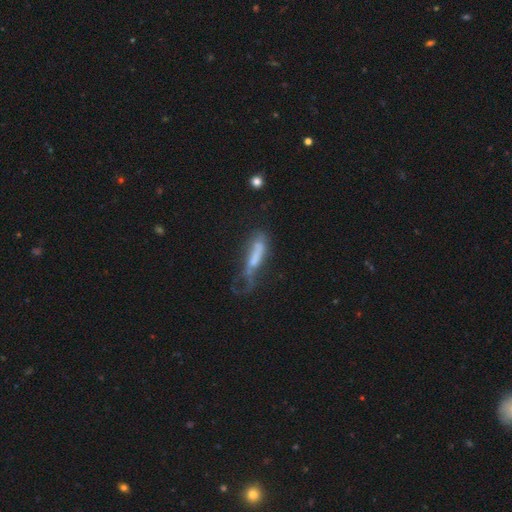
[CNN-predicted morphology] smooth-or-featured: smooth: 49% | featured or disk: 40% | star or artifact: 11%
  merging: major disturbance: 42% | none: 26% | minor disturbance: 23% | merger: 9%